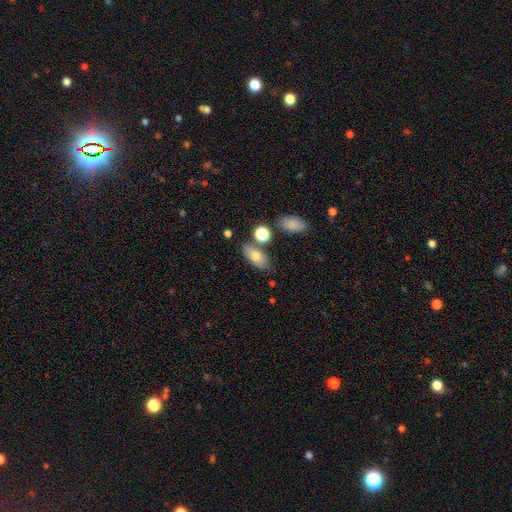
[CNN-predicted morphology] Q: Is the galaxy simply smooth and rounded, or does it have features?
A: smooth — 74%.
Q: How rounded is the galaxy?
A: in between — 85%.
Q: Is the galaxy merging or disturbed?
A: none — 71%.